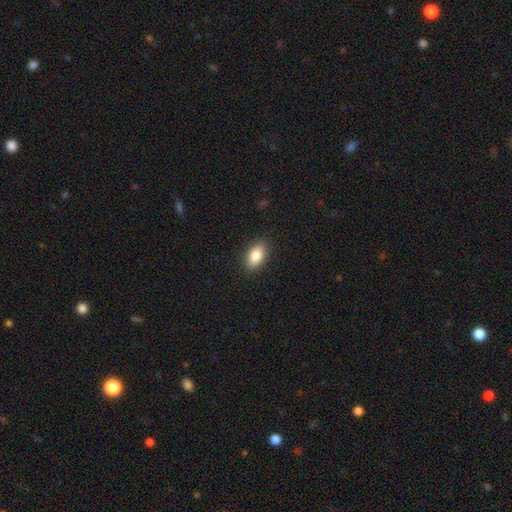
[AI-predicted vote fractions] A smooth galaxy with no disk features (84%) that is in between round and cigar-shaped (90%). Merging: none (89%).